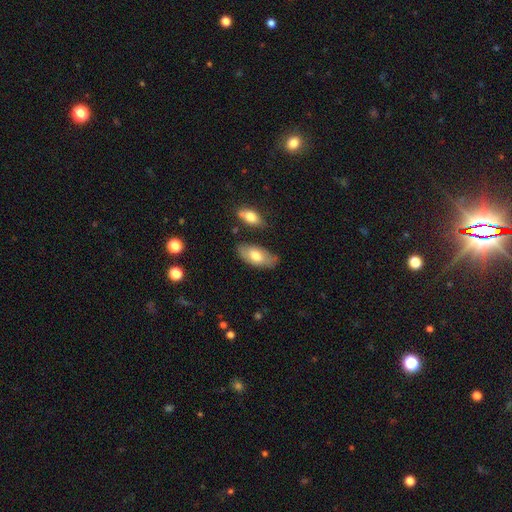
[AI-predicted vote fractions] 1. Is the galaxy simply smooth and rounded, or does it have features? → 69% smooth, 25% featured or disk, 6% star or artifact.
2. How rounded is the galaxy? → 92% in between, 5% cigar-shaped, 3% round.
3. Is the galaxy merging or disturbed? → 75% none, 17% minor disturbance, 5% merger, 3% major disturbance.